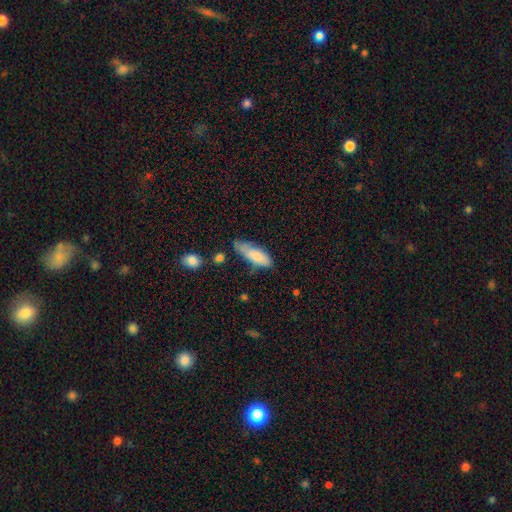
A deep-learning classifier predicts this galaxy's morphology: A smooth galaxy with no disk features (81%) that is in between round and cigar-shaped (63%). Merging: none (47%).